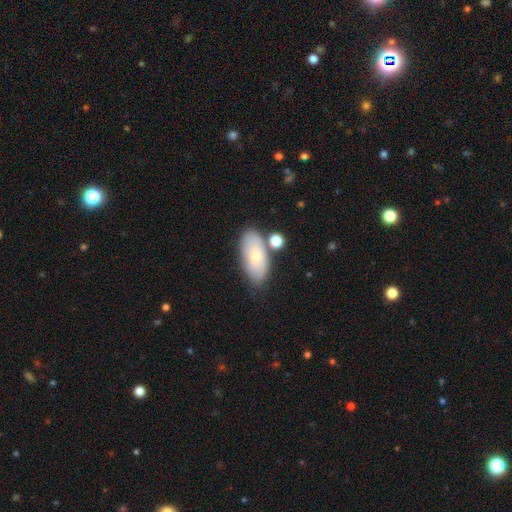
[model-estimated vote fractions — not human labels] Morphology: type=smooth (64%); roundness=in between (91%); merging=none (68%).